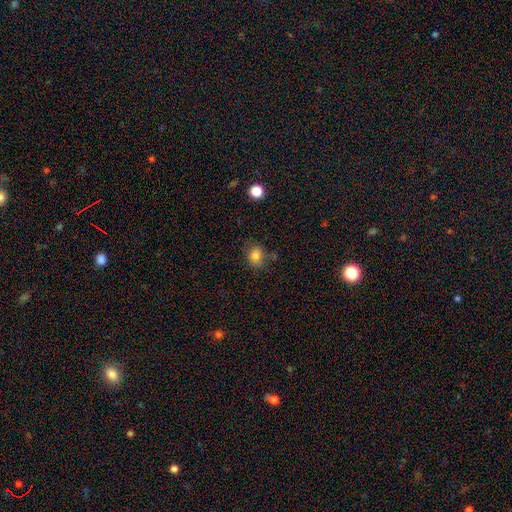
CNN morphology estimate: This appears to be a smooth galaxy with no disk features (76%) that is in between round and cigar-shaped (50%). Merging: none (65%).